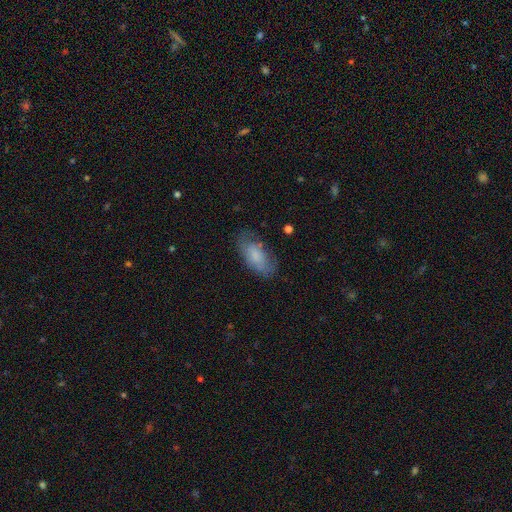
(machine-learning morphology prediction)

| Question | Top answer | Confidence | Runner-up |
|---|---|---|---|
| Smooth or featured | smooth | 74% | featured or disk (19%) |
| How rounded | in between | 90% | cigar-shaped (8%) |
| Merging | none | 68% | minor disturbance (23%) |